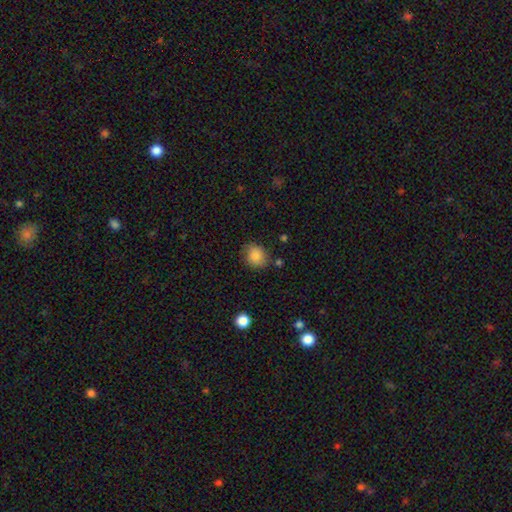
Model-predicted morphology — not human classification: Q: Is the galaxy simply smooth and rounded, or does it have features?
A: smooth — 86%.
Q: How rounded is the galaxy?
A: round — 75%.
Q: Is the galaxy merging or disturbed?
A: none — 77%.